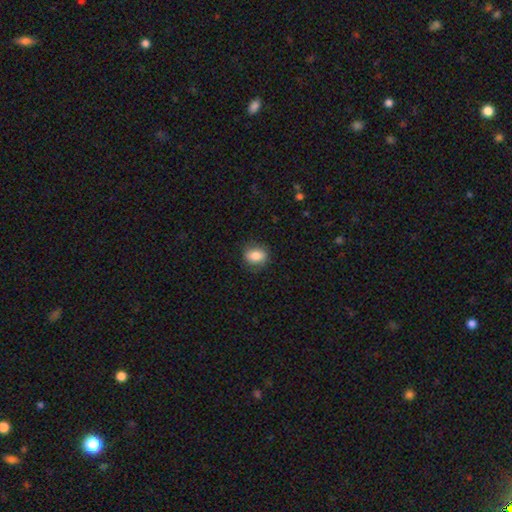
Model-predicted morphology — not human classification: This appears to be a smooth galaxy with no disk features (83%) that is in between round and cigar-shaped (61%). Merging: none (83%).